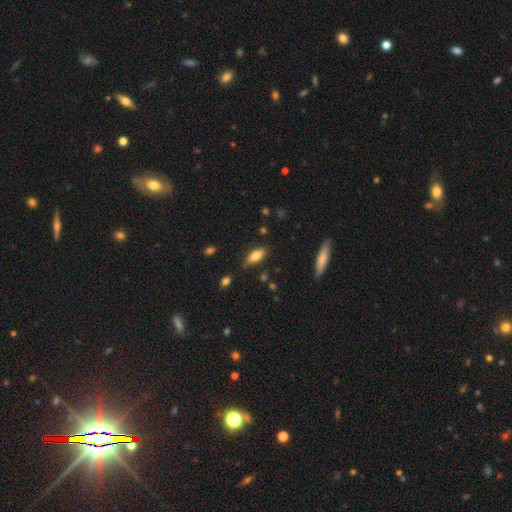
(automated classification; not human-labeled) smooth-or-featured: smooth: 76% | featured or disk: 17% | star or artifact: 7%
  how-rounded: in between: 76% | cigar-shaped: 22% | round: 2%
  merging: none: 80% | minor disturbance: 15% | major disturbance: 3% | merger: 2%